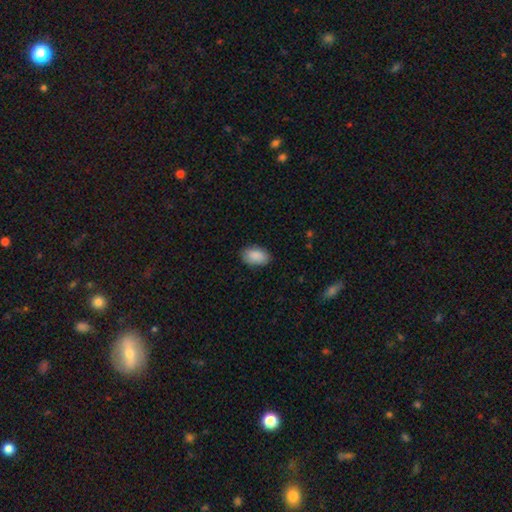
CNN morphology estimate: Smooth or featured? Predicted: smooth (p=0.90). How rounded? Predicted: in between (p=0.92). Merging? Predicted: none (p=0.85).